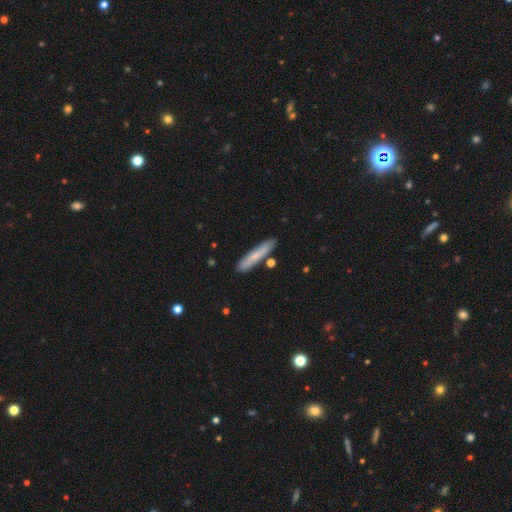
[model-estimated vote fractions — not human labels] The model was most divided on "smooth or featured": smooth: 70%, featured or disk: 24%, star or artifact: 6%. More confident: how rounded — cigar-shaped (91%); merging — none (84%).